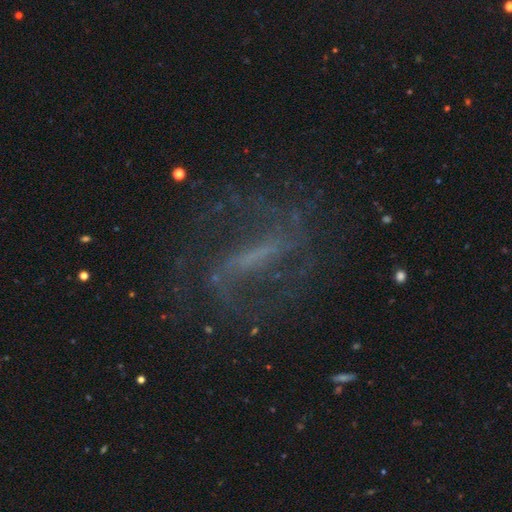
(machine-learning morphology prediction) This is likely a featured or disk galaxy (77%). It is clearly not viewed edge-on (85%). Bar: likely strong (65%). Spiral arm pattern: clearly yes (86%). Spiral arm count: likely 2 (75%). Spiral winding: marginally medium (42%). Central bulge: possibly none (52%). Merging: likely none (70%).